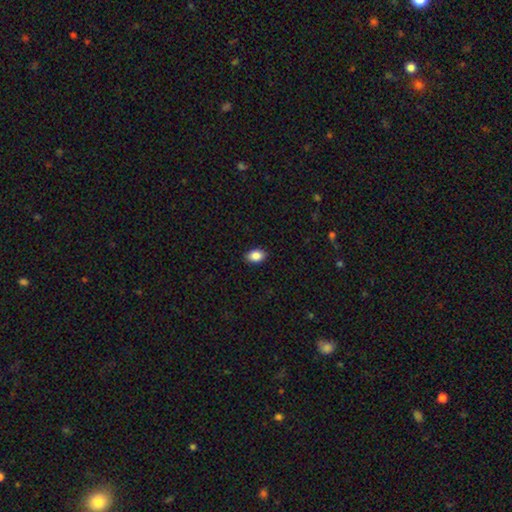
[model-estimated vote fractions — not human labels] Smooth or featured? smooth (87%)
How rounded? in between (86%)
Merging? none (89%)